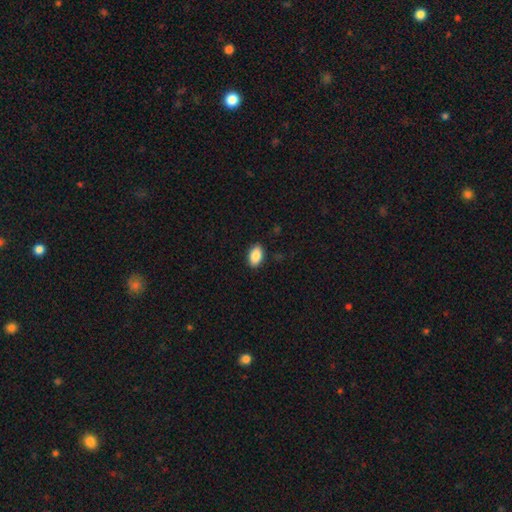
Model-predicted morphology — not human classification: Smooth or featured? Predicted: smooth (p=0.88). How rounded? Predicted: in between (p=0.93). Merging? Predicted: none (p=0.89).